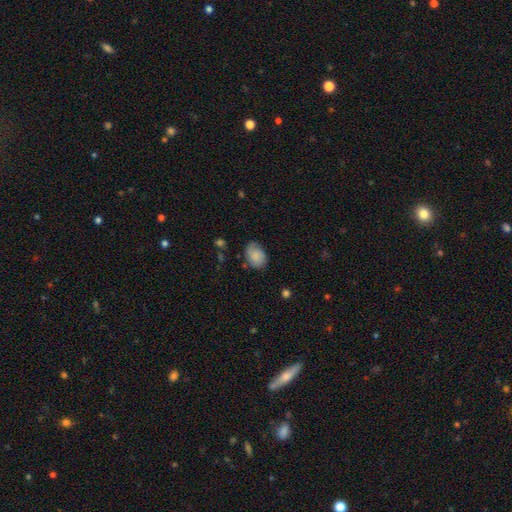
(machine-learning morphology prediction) Smooth or featured? smooth (83%)
How rounded? in between (75%)
Merging? none (70%)